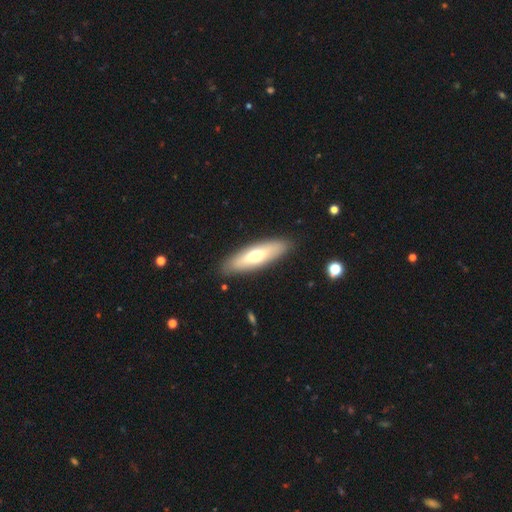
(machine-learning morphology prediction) A smooth galaxy with no disk features (56%) that is cigar-shaped (50%). Merging: none (88%).